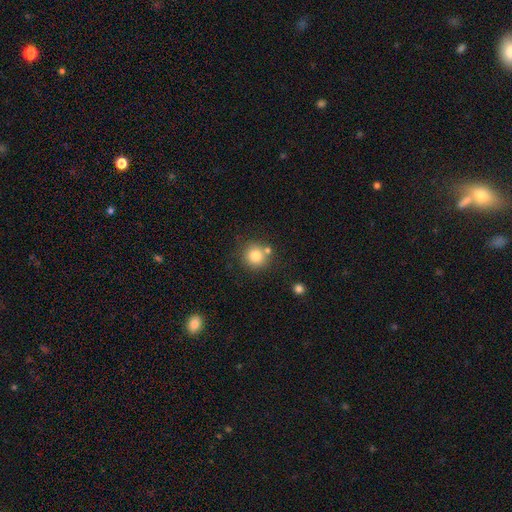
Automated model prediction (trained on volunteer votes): Smooth or featured? Predicted: smooth (p=0.81). How rounded? Predicted: round (p=0.92). Merging? Predicted: none (p=0.73).